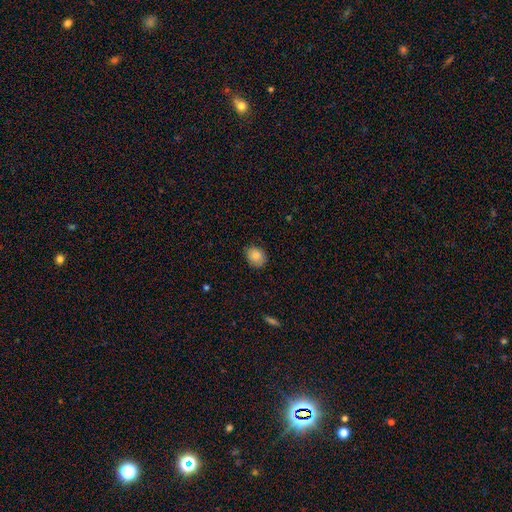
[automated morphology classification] Overall: smooth (86%). How rounded: round (54%; in between 45%). Merging: none (82%).